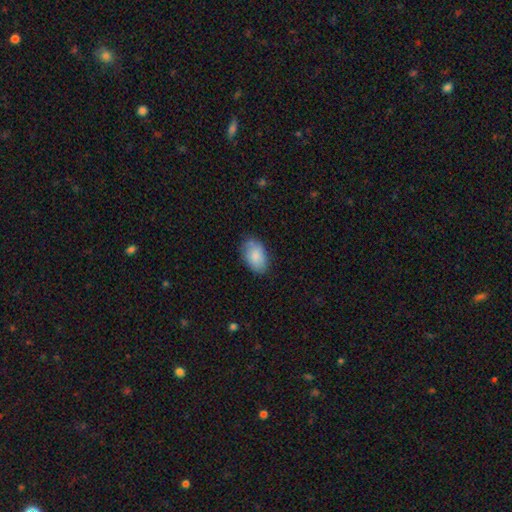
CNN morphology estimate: Q: Smooth or featured?
A: smooth (84%); runner-up: featured or disk (10%)
Q: How rounded?
A: in between (92%); runner-up: round (7%)
Q: Merging?
A: none (76%); runner-up: minor disturbance (18%)